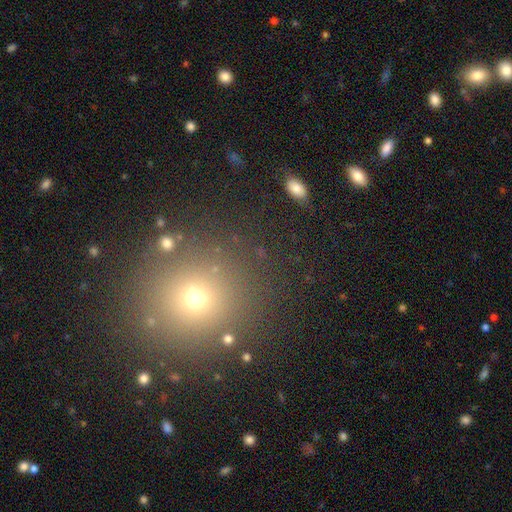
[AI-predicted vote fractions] Smooth or featured? smooth (59%)
How rounded? round (89%)
Merging? none (88%)